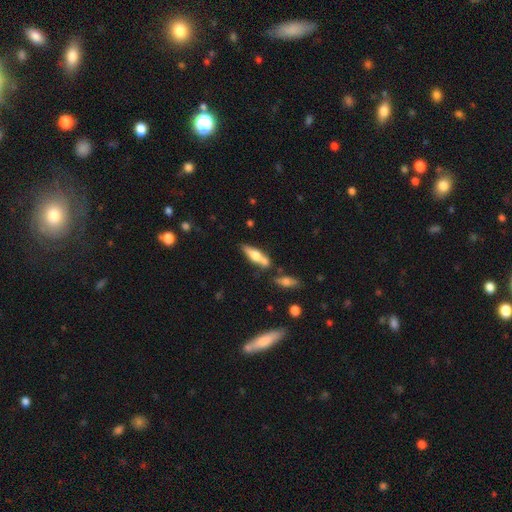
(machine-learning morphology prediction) Smooth or featured? smooth (52%)
How rounded? cigar-shaped (55%)
Merging? none (54%)